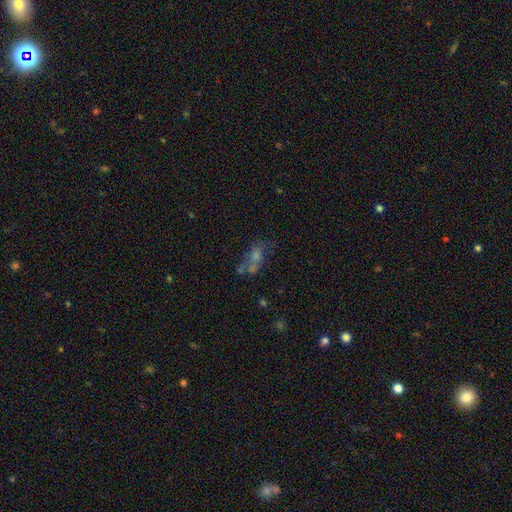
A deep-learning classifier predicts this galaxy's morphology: type=smooth (35%); merging=none (44%).